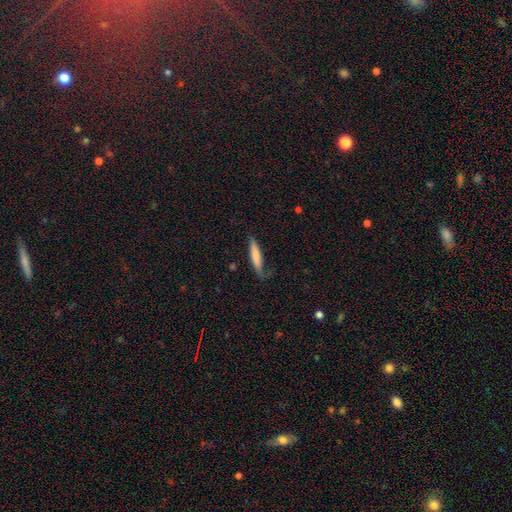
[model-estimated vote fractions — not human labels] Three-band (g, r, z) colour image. It shows a smooth galaxy with no disk features (72%) that is cigar-shaped (87%). Merging: none (60%).